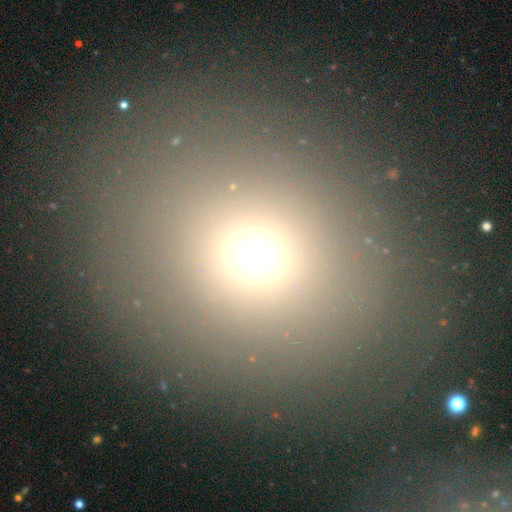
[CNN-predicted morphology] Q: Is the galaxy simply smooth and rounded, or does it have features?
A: smooth — 67%.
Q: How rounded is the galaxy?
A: round — 79%.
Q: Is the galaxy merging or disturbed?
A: none — 83%.